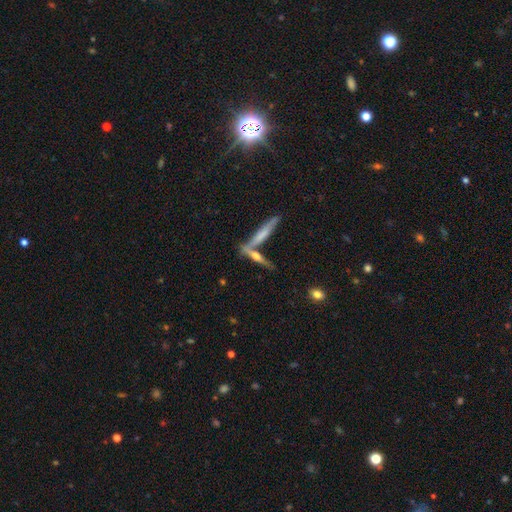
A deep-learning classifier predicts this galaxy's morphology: smooth-or-featured: featured or disk: 51% | smooth: 41% | star or artifact: 9%
  disk-edge-on: yes: 91% | no: 9%
  merging: none: 58% | merger: 28% | minor disturbance: 10% | major disturbance: 4%